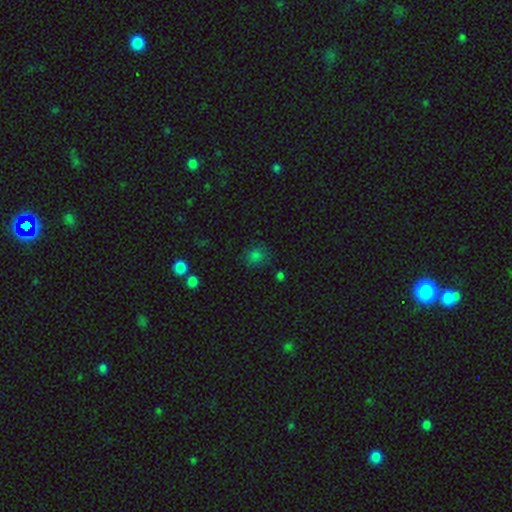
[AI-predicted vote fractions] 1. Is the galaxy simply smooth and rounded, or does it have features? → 77% smooth, 18% star or artifact, 5% featured or disk.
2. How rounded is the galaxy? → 80% round, 19% in between, 1% cigar-shaped.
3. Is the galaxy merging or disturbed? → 77% none, 15% minor disturbance, 5% major disturbance, 3% merger.